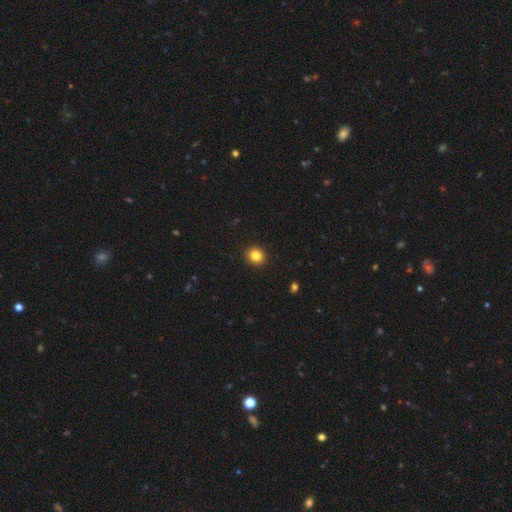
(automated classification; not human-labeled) This appears to be a smooth galaxy with no disk features (84%) that is round (84%). Merging: none (92%).